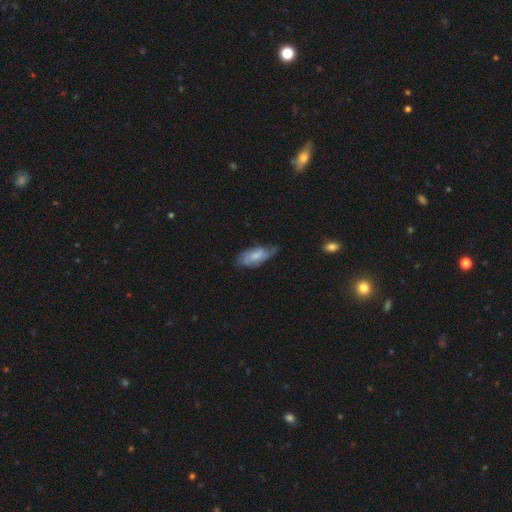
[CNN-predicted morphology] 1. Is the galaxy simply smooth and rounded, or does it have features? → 48% featured or disk, 46% smooth, 6% star or artifact.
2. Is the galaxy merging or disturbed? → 50% none, 35% minor disturbance, 13% major disturbance, 2% merger.